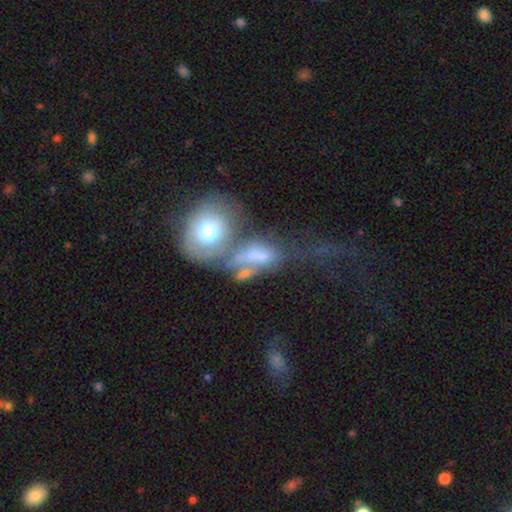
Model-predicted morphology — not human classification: Smooth or featured? smooth (54%)
How rounded? in between (67%)
Merging? merger (51%)